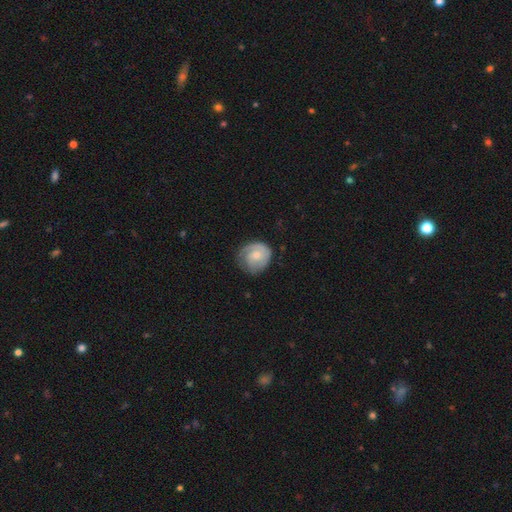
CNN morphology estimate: A featured or disk galaxy (61%) with no bar (76%), 1 (50%) tight (66%) spiral arms (86%) and a moderate central bulge (48%). Merging: none (68%).